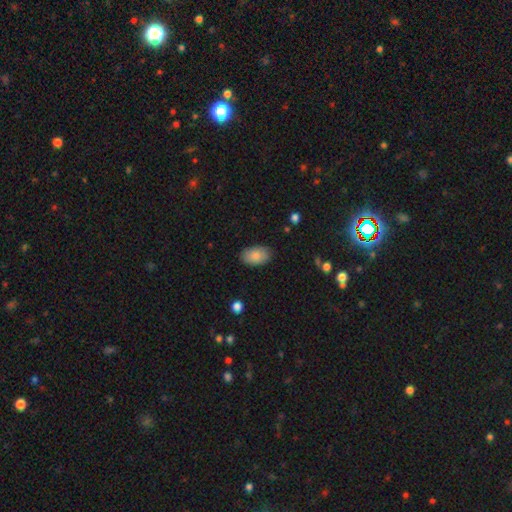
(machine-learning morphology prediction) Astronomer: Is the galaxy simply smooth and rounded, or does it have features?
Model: smooth — 86%.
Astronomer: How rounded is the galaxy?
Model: in between — 93%.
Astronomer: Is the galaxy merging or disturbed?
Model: none — 86%.